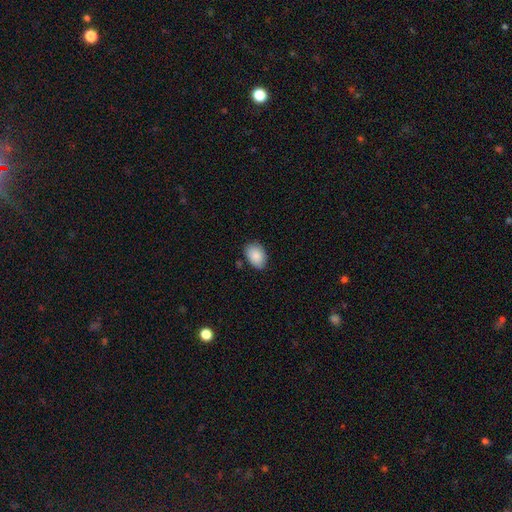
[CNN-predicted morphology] Smooth or featured? smooth (89%)
How rounded? in between (86%)
Merging? none (78%)